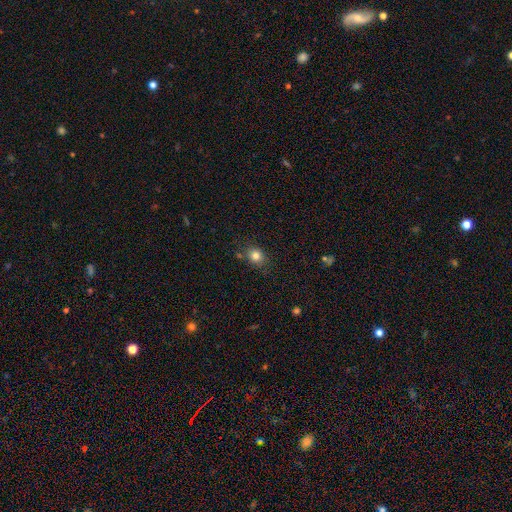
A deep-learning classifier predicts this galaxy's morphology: This is clearly a smooth galaxy (81%). How rounded: likely round (66%). Merging: likely none (77%).